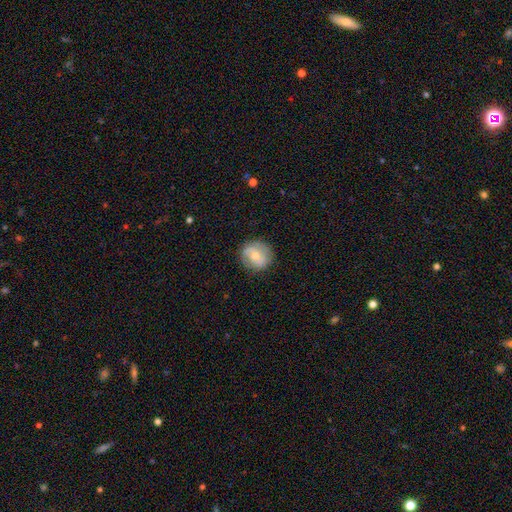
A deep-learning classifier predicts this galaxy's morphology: type=featured or disk (51%); edge-on=no (97%); merging=none (81%).